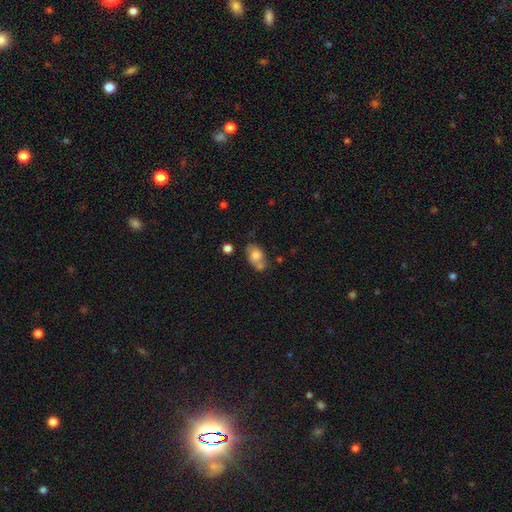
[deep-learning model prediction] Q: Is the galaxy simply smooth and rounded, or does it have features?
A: smooth — 68%.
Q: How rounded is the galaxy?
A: in between — 78%.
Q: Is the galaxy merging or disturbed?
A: none — 43%.